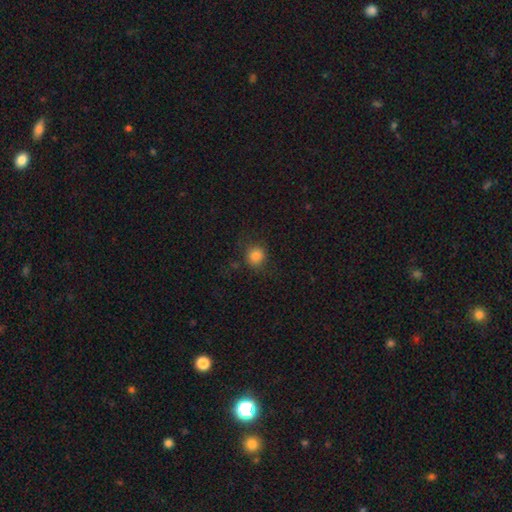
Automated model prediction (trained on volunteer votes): This is clearly a smooth galaxy (83%). How rounded: clearly round (86%). Merging: likely none (79%).